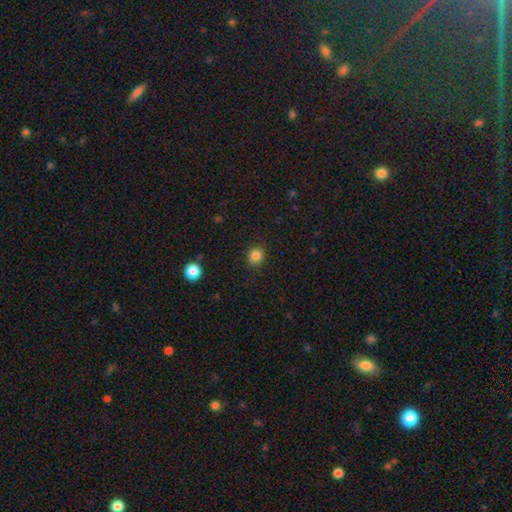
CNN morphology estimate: A smooth galaxy with no disk features (84%) that is round (77%). Merging: none (88%).